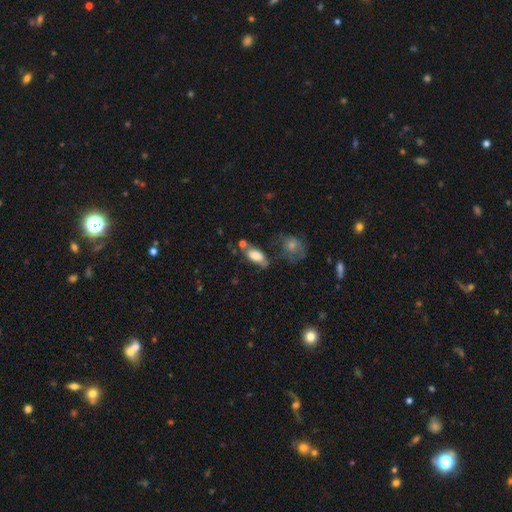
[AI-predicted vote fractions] Smooth or featured: smooth — 74% (featured or disk — 18%)
How rounded: in between — 86% (cigar-shaped — 10%)
Merging: none — 46% (minor disturbance — 24%)